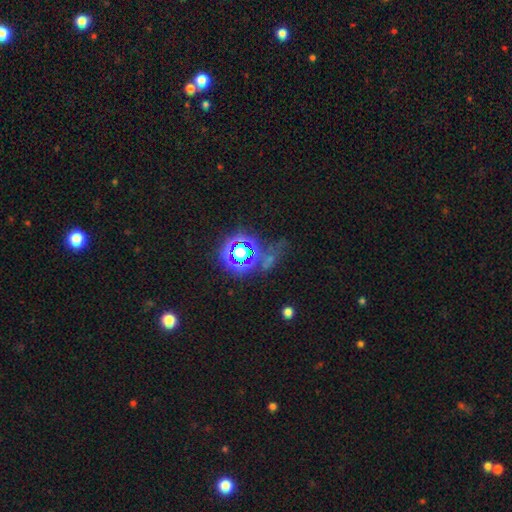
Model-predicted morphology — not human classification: Smooth or featured: star or artifact — 67% (smooth — 23%)